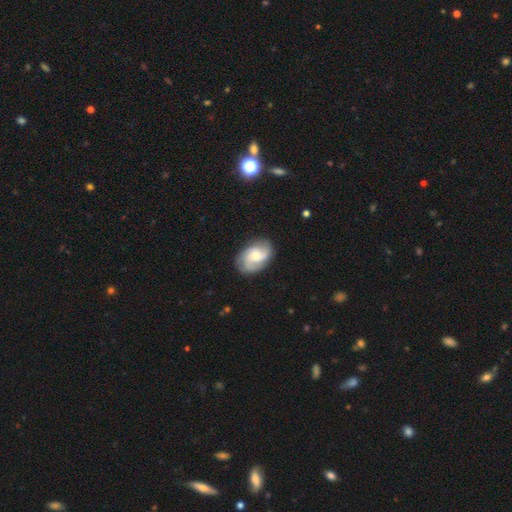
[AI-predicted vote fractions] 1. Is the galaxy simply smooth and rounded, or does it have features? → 75% featured or disk, 20% smooth, 6% star or artifact.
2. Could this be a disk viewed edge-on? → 97% no, 3% yes.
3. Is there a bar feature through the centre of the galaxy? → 60% no, 35% weak, 5% strong.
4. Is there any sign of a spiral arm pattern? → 95% yes, 5% no.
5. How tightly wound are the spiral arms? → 49% medium, 26% tight, 25% loose.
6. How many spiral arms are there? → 39% 3, 34% 2, 13% can't tell, 5% 4, 4% 1, 4% more than 4.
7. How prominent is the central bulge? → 54% moderate, 34% small, 7% large, 3% none, 1% dominant.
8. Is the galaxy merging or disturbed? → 78% none, 16% minor disturbance, 5% major disturbance, 1% merger.